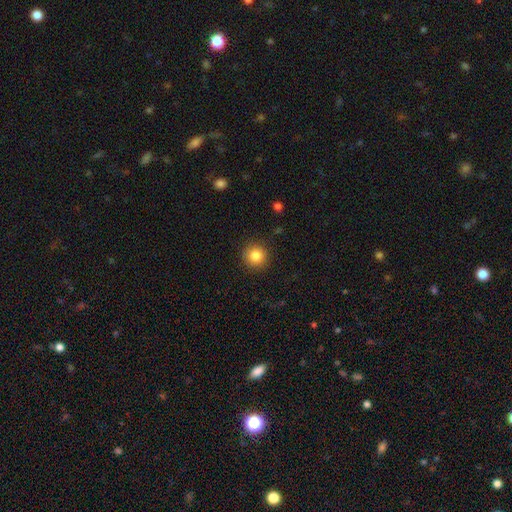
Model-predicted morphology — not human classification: Smooth or featured?
  - smooth: 84% *
  - star or artifact: 10%
  - featured or disk: 6%
How rounded?
  - round: 94% *
  - in between: 5%
  - cigar-shaped: 1%
Merging?
  - none: 90% *
  - minor disturbance: 6%
  - major disturbance: 2%
  - merger: 1%